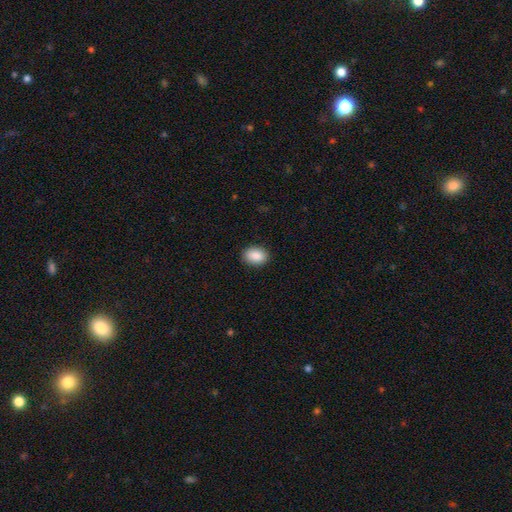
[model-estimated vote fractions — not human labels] A smooth galaxy with no disk features (89%) that is in between round and cigar-shaped (73%).

Vote fractions:
- Smooth or featured? smooth: 89% / star or artifact: 7% / featured or disk: 4%
- How rounded? in between: 73% / round: 25% / cigar-shaped: 1%
- Merging? none: 89% / minor disturbance: 8% / major disturbance: 2% / merger: 1%